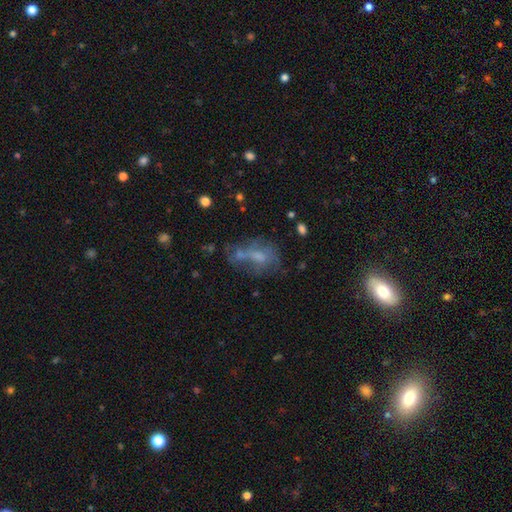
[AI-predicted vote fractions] Morphology: type=featured or disk (44%); merging=none (36%).